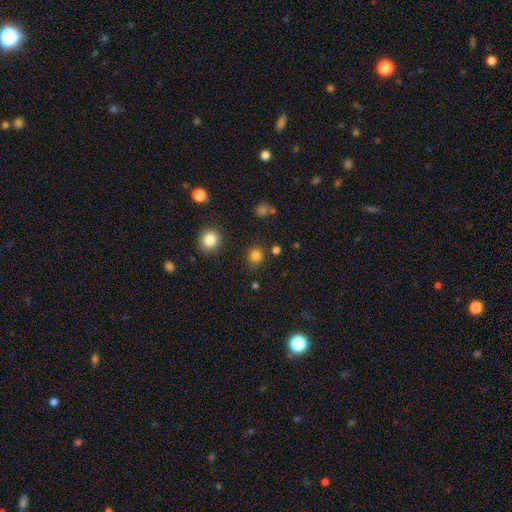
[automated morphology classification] Smooth or featured? Predicted: smooth (p=0.81). How rounded? Predicted: round (p=0.85). Merging? Predicted: none (p=0.82).